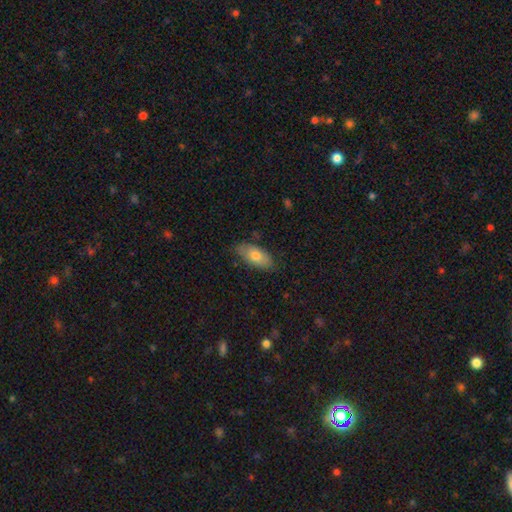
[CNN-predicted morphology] Overall: smooth (74%). How rounded: in between (88%). Merging: none (78%).